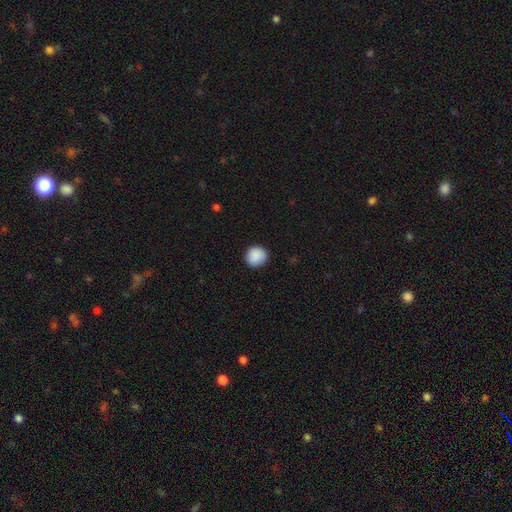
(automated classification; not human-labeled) smooth_or_featured: smooth (p=0.89) [alt: star or artifact p=0.08]
how_rounded: round (p=0.92) [alt: in between p=0.07]
merging: none (p=0.90) [alt: minor disturbance p=0.08]